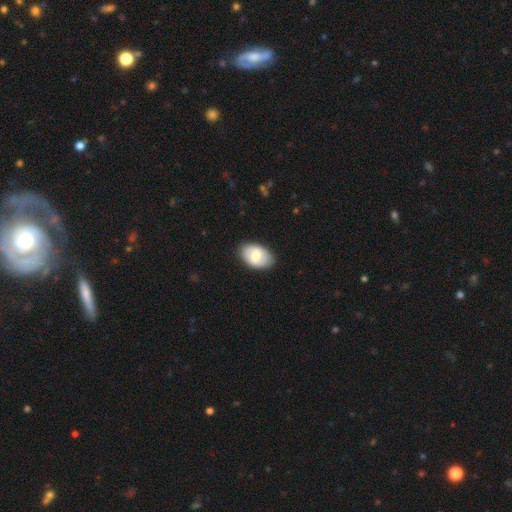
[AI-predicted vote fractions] Smooth or featured: smooth — 70% (featured or disk — 24%)
How rounded: in between — 91% (round — 8%)
Merging: none — 86% (minor disturbance — 11%)